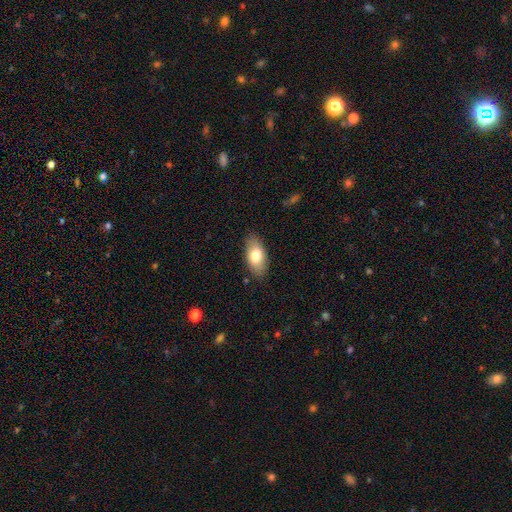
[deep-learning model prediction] smooth 77%, featured or disk 17%, star or artifact 7%. Down the decision tree: how rounded — in between (92%); merging — none (85%).